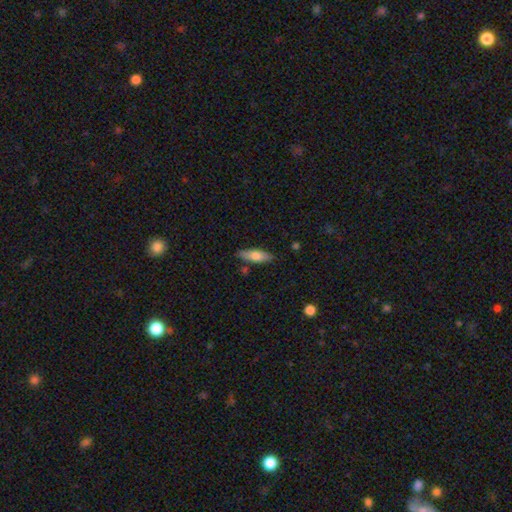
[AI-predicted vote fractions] smooth_or_featured: smooth (p=0.67) [alt: featured or disk p=0.27]
how_rounded: in between (p=0.53) [alt: cigar-shaped p=0.45]
merging: none (p=0.83) [alt: minor disturbance p=0.12]